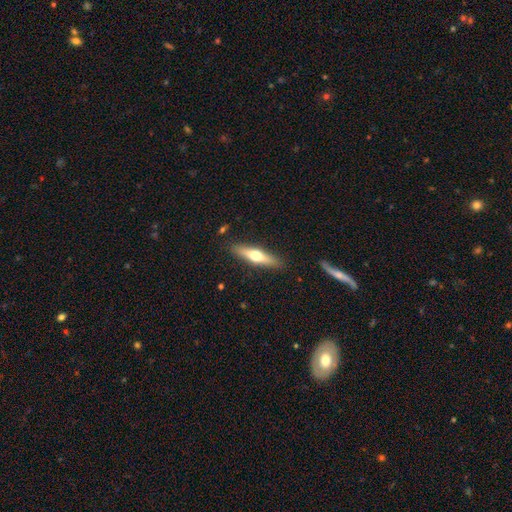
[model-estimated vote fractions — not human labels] Smooth or featured? Predicted: featured or disk (p=0.49). Merging? Predicted: none (p=0.88).